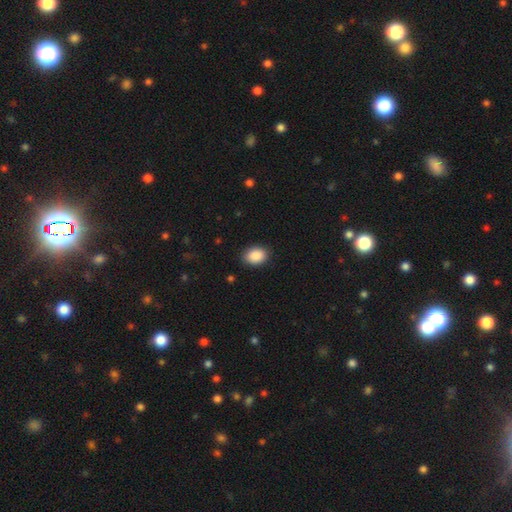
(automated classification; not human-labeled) Smooth or featured: smooth — 90% (star or artifact — 7%)
How rounded: in between — 74% (round — 25%)
Merging: none — 88% (minor disturbance — 9%)